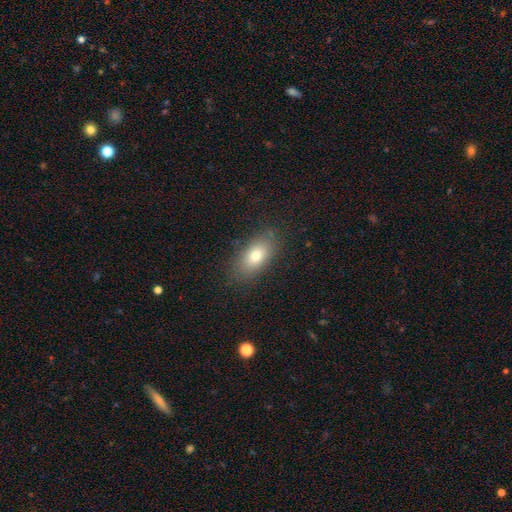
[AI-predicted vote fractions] This is likely a smooth galaxy (74%). How rounded: clearly in between (85%). Merging: clearly none (84%).